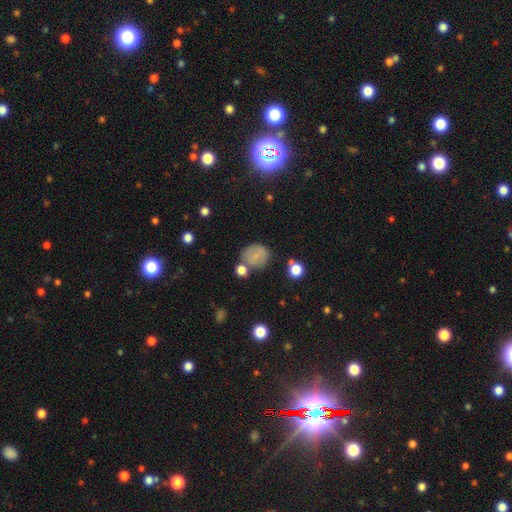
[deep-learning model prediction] Morphology: type=smooth (70%); roundness=round (77%); merging=none (65%).